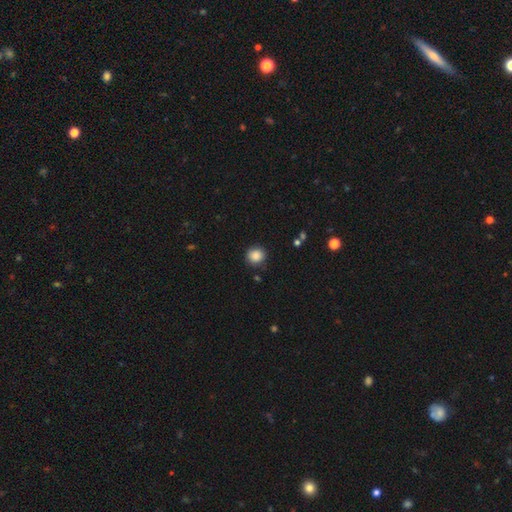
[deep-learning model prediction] A smooth galaxy with no disk features (86%) that is round (88%).

Vote fractions:
- Smooth or featured? smooth: 86% / star or artifact: 10% / featured or disk: 4%
- How rounded? round: 88% / in between: 11% / cigar-shaped: 1%
- Merging? none: 85% / minor disturbance: 10% / major disturbance: 3% / merger: 2%